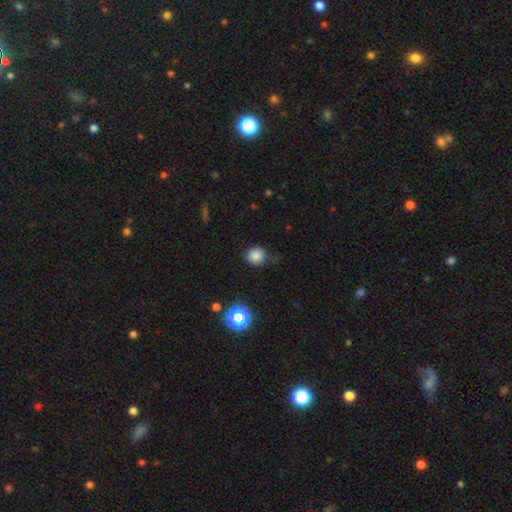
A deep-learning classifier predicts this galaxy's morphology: Smooth or featured? smooth (81%)
How rounded? round (87%)
Merging? none (78%)